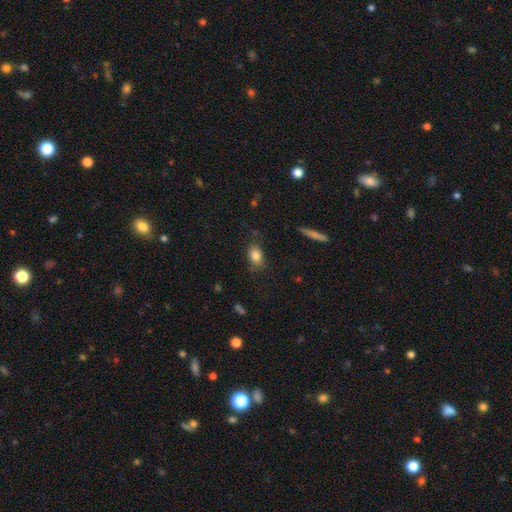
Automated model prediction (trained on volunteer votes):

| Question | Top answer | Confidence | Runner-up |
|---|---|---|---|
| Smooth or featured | smooth | 82% | featured or disk (9%) |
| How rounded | in between | 82% | round (15%) |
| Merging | none | 79% | minor disturbance (15%) |